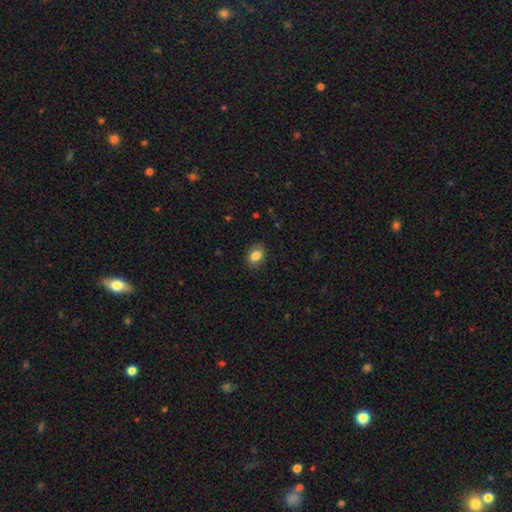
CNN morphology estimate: Smooth or featured: smooth — 84% (star or artifact — 9%)
How rounded: in between — 68% (round — 31%)
Merging: none — 87% (minor disturbance — 10%)